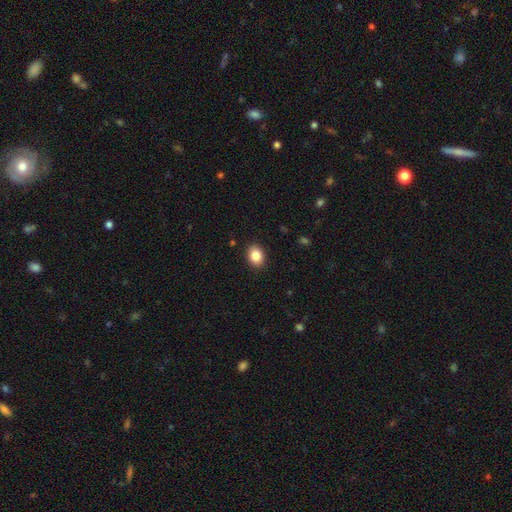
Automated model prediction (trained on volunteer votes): smooth 86%, star or artifact 9%, featured or disk 5%. Down the decision tree: how rounded — in between (55%); merging — none (90%).